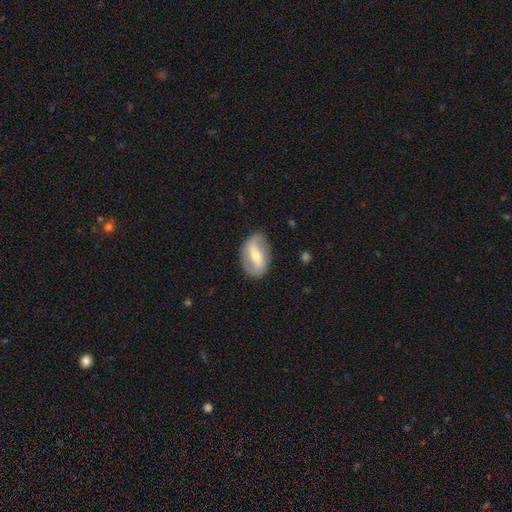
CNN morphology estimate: A featured or disk galaxy (71%) with a strong bar (41%), 2 (88%) loose (63%) spiral arms (79%) and a moderate central bulge (55%).

Vote fractions:
- Smooth or featured? featured or disk: 71% / smooth: 23% / star or artifact: 6%
- Edge-on disk? no: 94% / yes: 6%
- Bar? strong: 41% / weak: 38% / no: 21%
- Spiral arms? yes: 79% / no: 21%
- Spiral winding? loose: 63% / medium: 26% / tight: 11%
- Spiral arm count? 2: 88% / can't tell: 6% / 1: 3% / 3: 1% / 4: 1% / more than 4: 1%
- Bulge size? moderate: 55% / small: 40% / large: 3% / none: 1% / dominant: 1%
- Merging? none: 83% / minor disturbance: 12% / major disturbance: 4% / merger: 1%